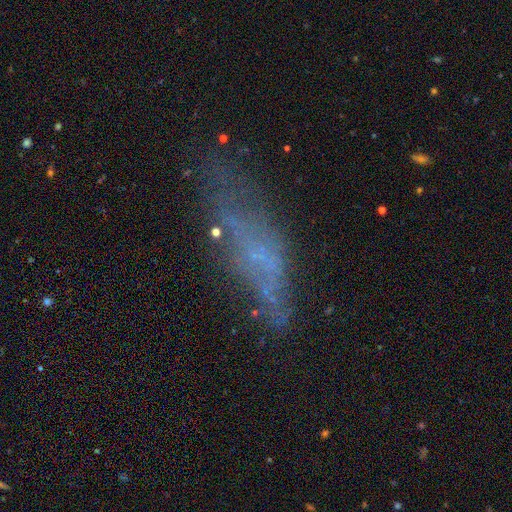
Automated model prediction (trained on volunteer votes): This is possibly a featured or disk galaxy (48%). Merging: possibly none (51%).